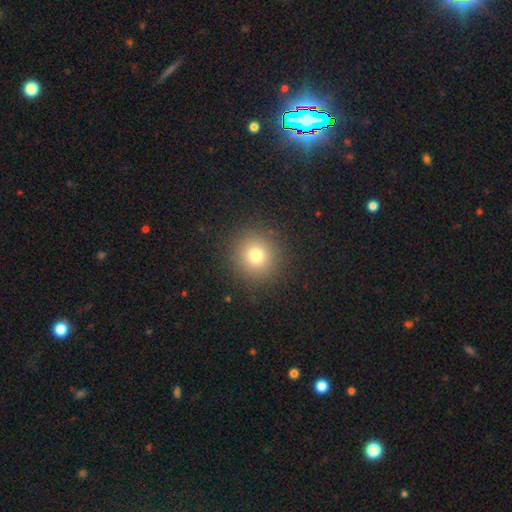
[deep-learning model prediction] Smooth or featured? smooth (75%)
How rounded? round (94%)
Merging? none (90%)